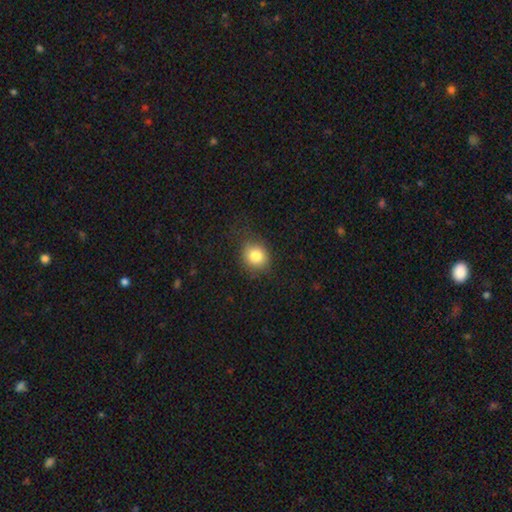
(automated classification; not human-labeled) smooth 82%, star or artifact 10%, featured or disk 8%. Down the decision tree: how rounded — round (76%); merging — none (77%).